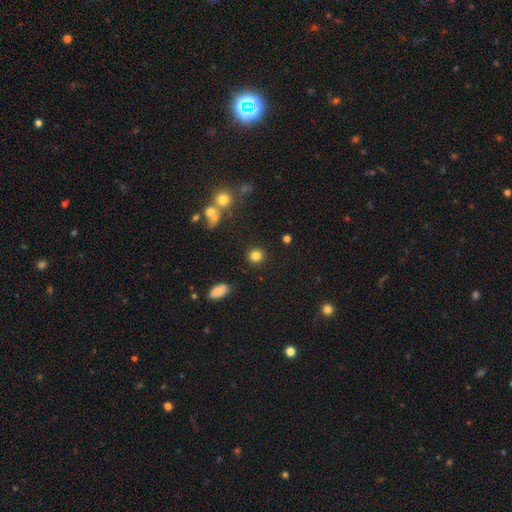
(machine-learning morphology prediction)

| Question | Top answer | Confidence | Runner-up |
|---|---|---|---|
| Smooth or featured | smooth | 82% | star or artifact (12%) |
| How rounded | round | 90% | in between (9%) |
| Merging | none | 89% | minor disturbance (6%) |